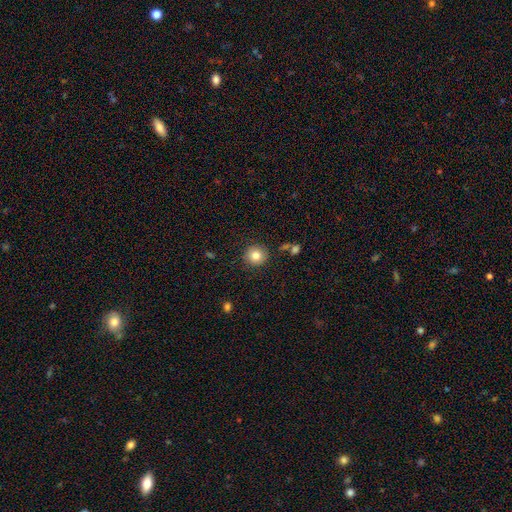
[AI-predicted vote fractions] Q: Smooth or featured?
A: smooth (82%); runner-up: star or artifact (10%)
Q: How rounded?
A: round (92%); runner-up: in between (7%)
Q: Merging?
A: none (89%); runner-up: minor disturbance (7%)